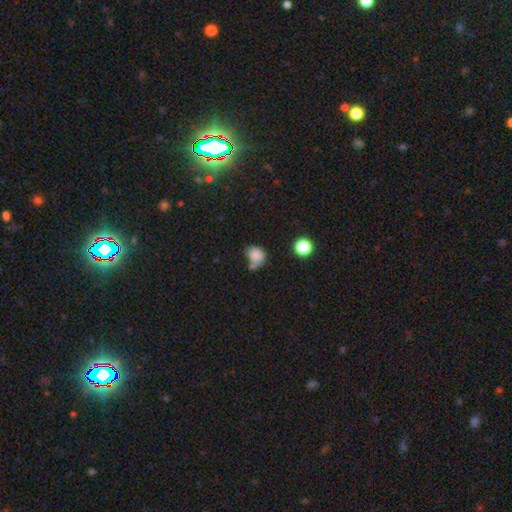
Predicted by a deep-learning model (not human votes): smooth_or_featured: smooth (p=0.80) [alt: star or artifact p=0.12]
how_rounded: round (p=0.64) [alt: in between p=0.35]
merging: none (p=0.42) [alt: merger p=0.25]